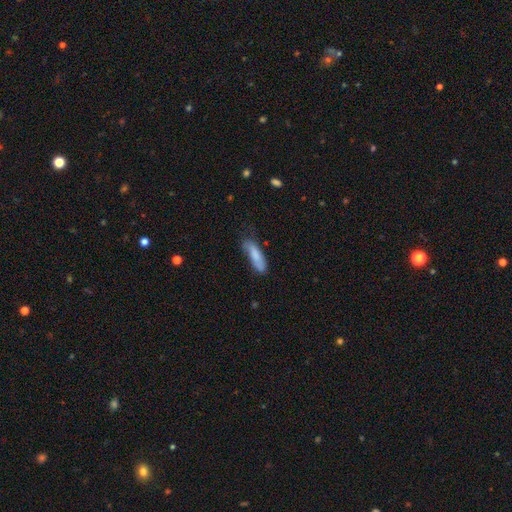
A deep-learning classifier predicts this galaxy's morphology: type=smooth (78%); roundness=cigar-shaped (54%); merging=none (57%).